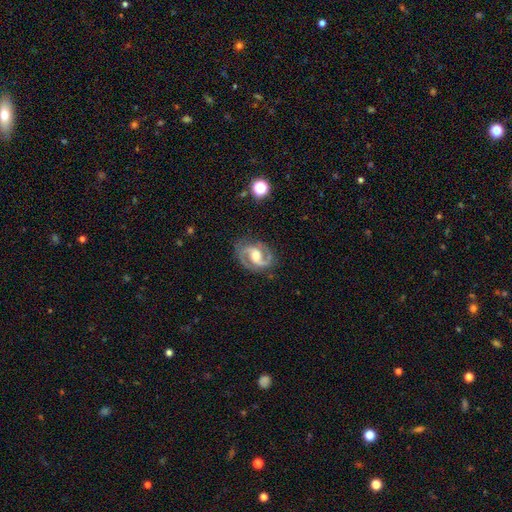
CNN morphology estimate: The model was most divided on "bar": weak: 46%, no: 32%, strong: 22%. More confident: edge-on disk — no (98%); spiral arms — yes (98%); spiral arm count — 2 (92%); smooth or featured — featured or disk (91%); merging — none (81%); bulge size — moderate (66%); spiral winding — medium (61%).